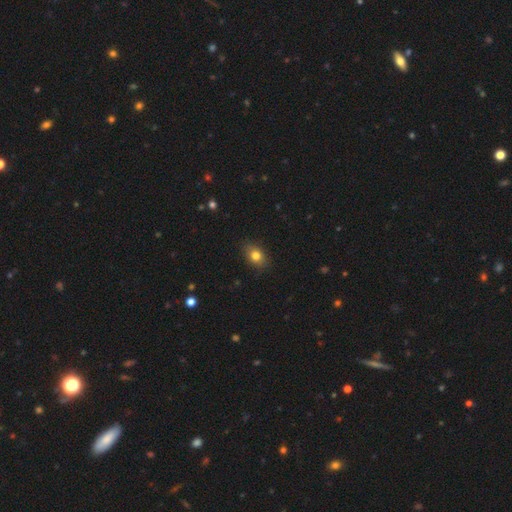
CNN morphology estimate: Smooth or featured? Predicted: smooth (p=0.80). How rounded? Predicted: in between (p=0.73). Merging? Predicted: none (p=0.86).